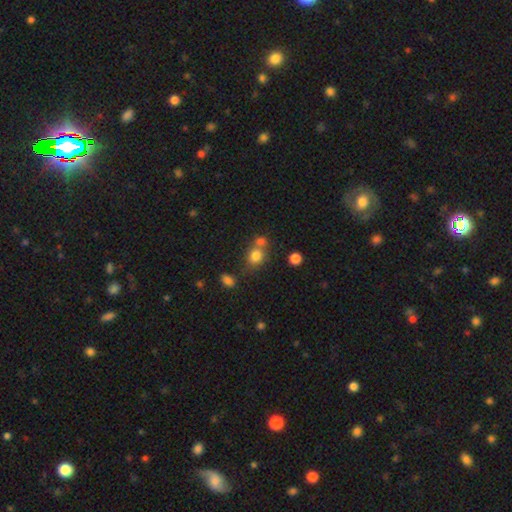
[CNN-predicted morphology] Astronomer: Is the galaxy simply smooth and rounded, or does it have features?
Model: smooth — 78%.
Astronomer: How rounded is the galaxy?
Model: round — 68%.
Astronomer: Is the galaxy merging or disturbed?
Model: none — 50% (runner-up: merger, 35%).